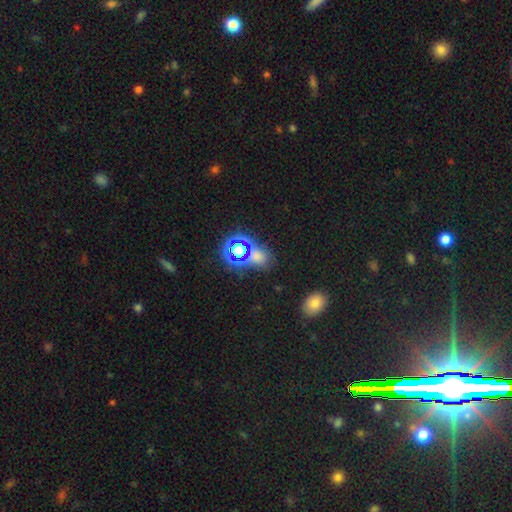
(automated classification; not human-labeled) smooth_or_featured: star or artifact (p=0.61) [alt: smooth p=0.30]